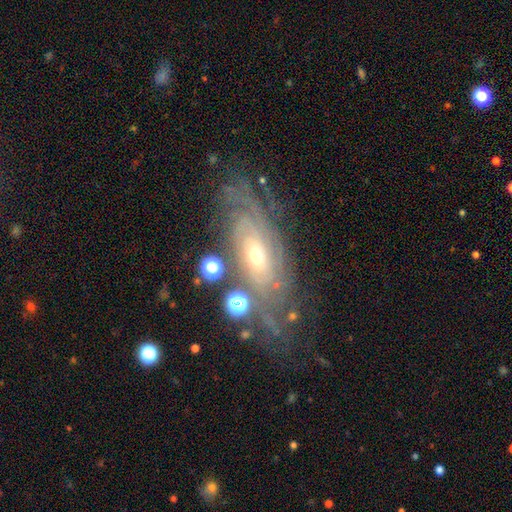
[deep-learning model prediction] Smooth or featured: featured or disk — 82% (smooth — 10%)
Edge-on disk: no — 89% (yes — 11%)
Bar: no — 70% (weak — 23%)
Spiral arms: yes — 92% (no — 8%)
Spiral winding: tight — 76% (medium — 19%)
Spiral arm count: can't tell — 52% (2 — 13%)
Bulge size: small — 57% (moderate — 39%)
Merging: none — 70% (minor disturbance — 18%)